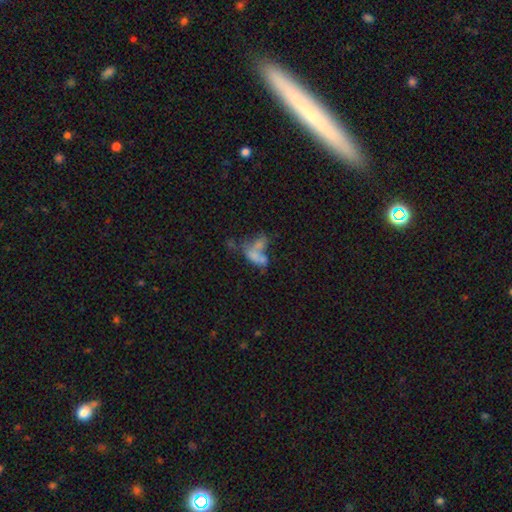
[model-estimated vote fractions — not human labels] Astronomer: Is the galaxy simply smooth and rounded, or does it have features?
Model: smooth — 59%.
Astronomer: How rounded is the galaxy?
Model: in between — 81%.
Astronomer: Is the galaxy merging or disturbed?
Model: merger — 61%.